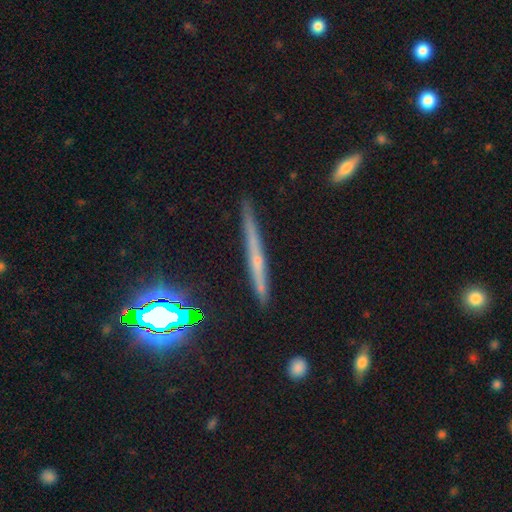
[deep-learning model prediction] Smooth or featured? featured or disk (56%)
Edge-on disk? yes (96%)
Edge-on bulge? none (61%)
Merging? none (86%)